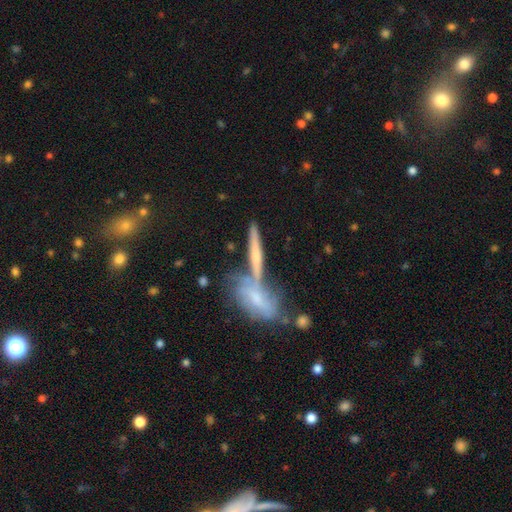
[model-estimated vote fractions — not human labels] smooth-or-featured: featured or disk: 50% | smooth: 42% | star or artifact: 8%
  disk-edge-on: yes: 82% | no: 18%
  merging: none: 50% | merger: 34% | minor disturbance: 12% | major disturbance: 5%